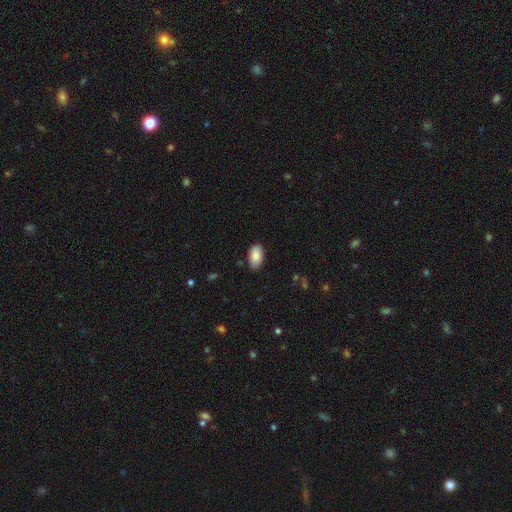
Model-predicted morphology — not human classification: Smooth or featured: smooth — 87% (star or artifact — 6%)
How rounded: in between — 95% (round — 4%)
Merging: none — 83% (minor disturbance — 14%)